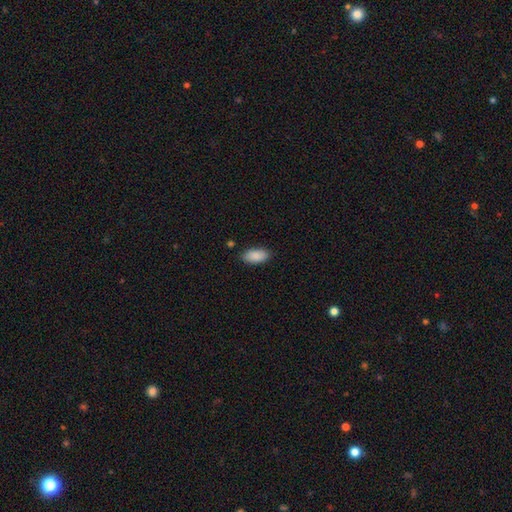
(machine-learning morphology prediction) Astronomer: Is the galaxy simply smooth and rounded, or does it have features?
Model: smooth — 90%.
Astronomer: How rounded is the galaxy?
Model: in between — 91%.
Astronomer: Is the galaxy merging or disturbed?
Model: none — 84%.